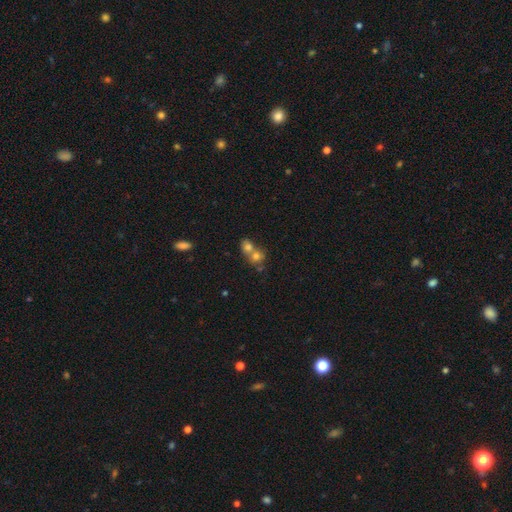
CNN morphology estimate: This appears to be a smooth galaxy with no disk features (71%) that is round (72%). Merging: merger (64%).